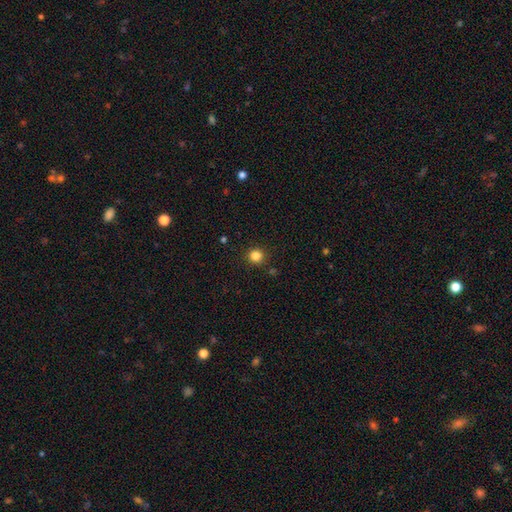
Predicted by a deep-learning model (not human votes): Smooth or featured? Predicted: smooth (p=0.82). How rounded? Predicted: round (p=0.93). Merging? Predicted: none (p=0.91).